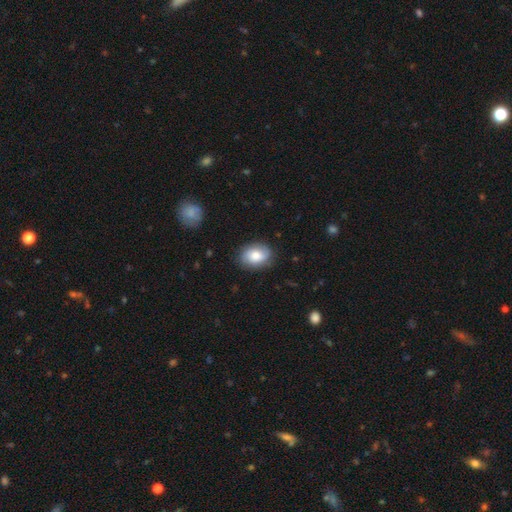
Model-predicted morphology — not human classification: smooth_or_featured: smooth (p=0.64) [alt: featured or disk p=0.28]
how_rounded: in between (p=0.68) [alt: round p=0.31]
merging: none (p=0.81) [alt: minor disturbance p=0.14]